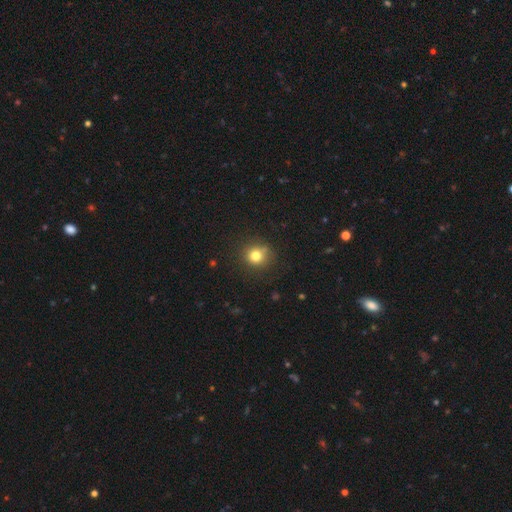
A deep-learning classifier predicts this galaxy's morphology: Smooth or featured? smooth (79%)
How rounded? round (87%)
Merging? none (81%)